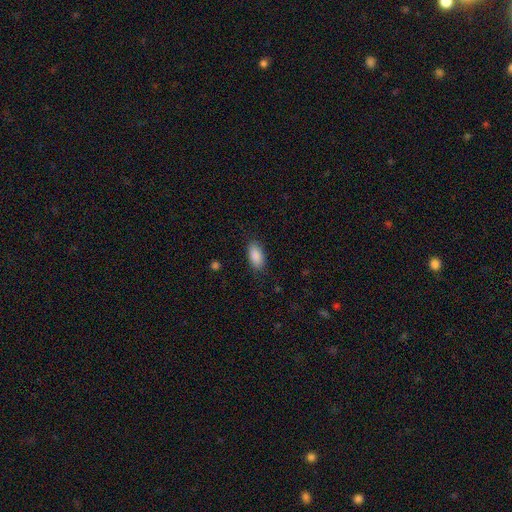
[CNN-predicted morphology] Smooth or featured? smooth (89%)
How rounded? in between (92%)
Merging? none (84%)